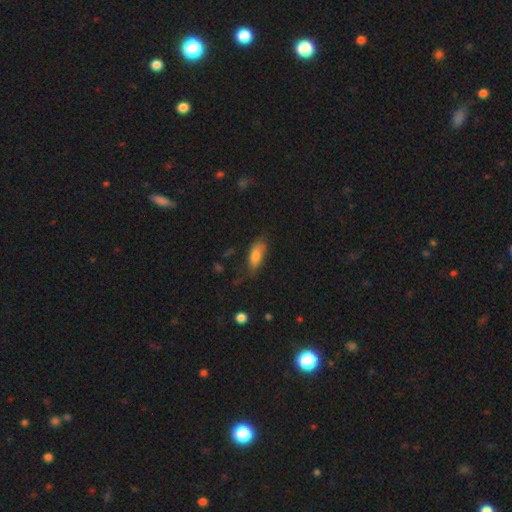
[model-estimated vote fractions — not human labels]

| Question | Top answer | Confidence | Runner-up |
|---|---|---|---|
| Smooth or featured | smooth | 74% | featured or disk (18%) |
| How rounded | in between | 77% | cigar-shaped (20%) |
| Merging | none | 60% | minor disturbance (29%) |